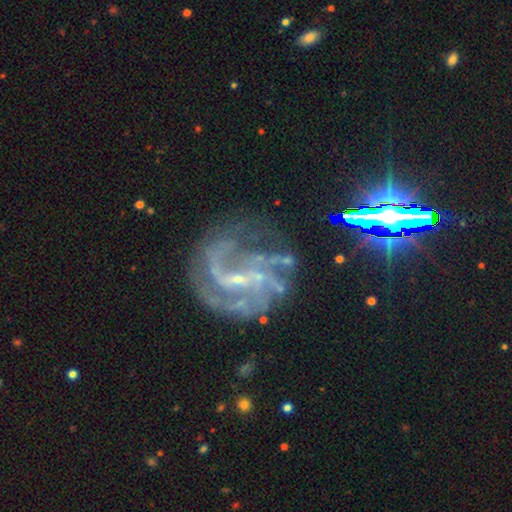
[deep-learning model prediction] Smooth or featured? Predicted: featured or disk (p=0.81). Edge-on disk? Predicted: no (p=0.97). Bar? Predicted: weak (p=0.44). Spiral arms? Predicted: yes (p=0.94). Spiral winding? Predicted: medium (p=0.49). Spiral arm count? Predicted: 2 (p=0.26). Bulge size? Predicted: small (p=0.71). Merging? Predicted: none (p=0.55).